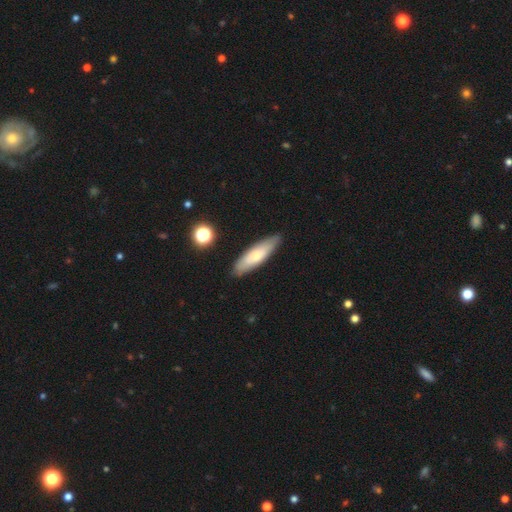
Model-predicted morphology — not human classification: Overall: smooth (62%; featured or disk 32%). How rounded: cigar-shaped (61%; in between 37%). Merging: none (85%).